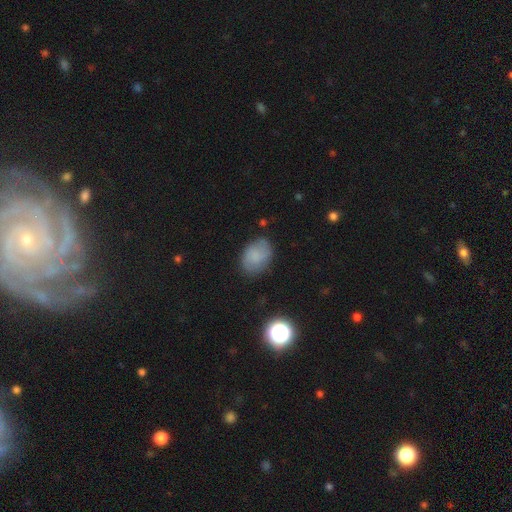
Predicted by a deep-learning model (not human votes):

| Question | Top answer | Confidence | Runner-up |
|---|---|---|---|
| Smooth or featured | smooth | 66% | featured or disk (23%) |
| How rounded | in between | 76% | round (22%) |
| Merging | none | 73% | minor disturbance (20%) |